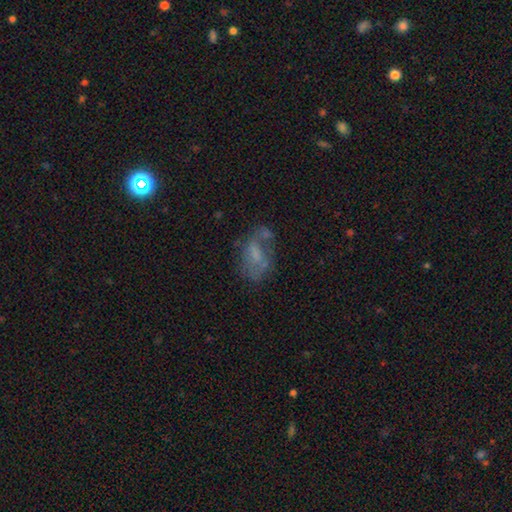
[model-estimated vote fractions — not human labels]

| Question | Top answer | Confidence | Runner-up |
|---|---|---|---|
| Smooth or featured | featured or disk | 48% | smooth (39%) |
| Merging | none | 40% | major disturbance (25%) |